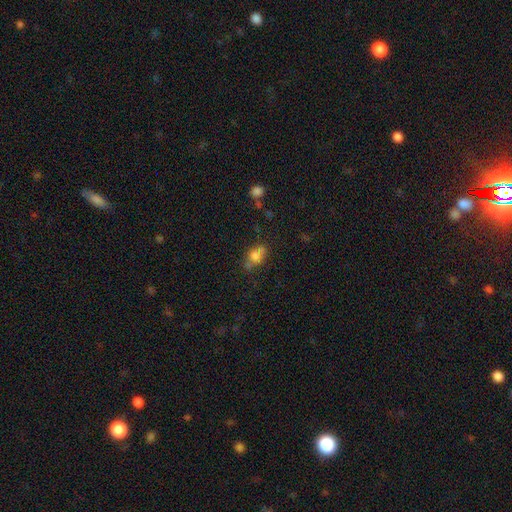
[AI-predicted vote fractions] A smooth galaxy with no disk features (70%) that is in between round and cigar-shaped (62%). Merging: none (50%).